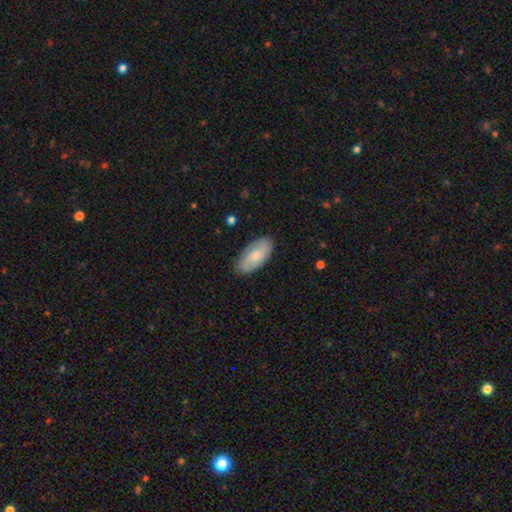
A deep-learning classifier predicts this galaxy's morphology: A smooth galaxy with no disk features (68%) that is in between round and cigar-shaped (91%).

Vote fractions:
- Smooth or featured? smooth: 68% / featured or disk: 27% / star or artifact: 6%
- How rounded? in between: 91% / cigar-shaped: 6% / round: 2%
- Merging? none: 83% / minor disturbance: 13% / major disturbance: 3% / merger: 1%